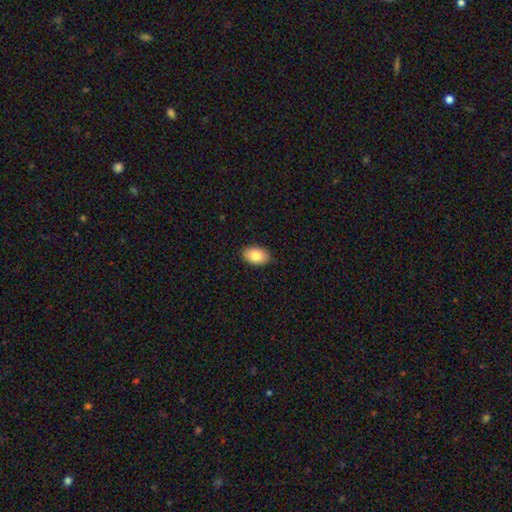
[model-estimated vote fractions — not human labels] Smooth or featured? smooth (81%)
How rounded? in between (90%)
Merging? none (88%)